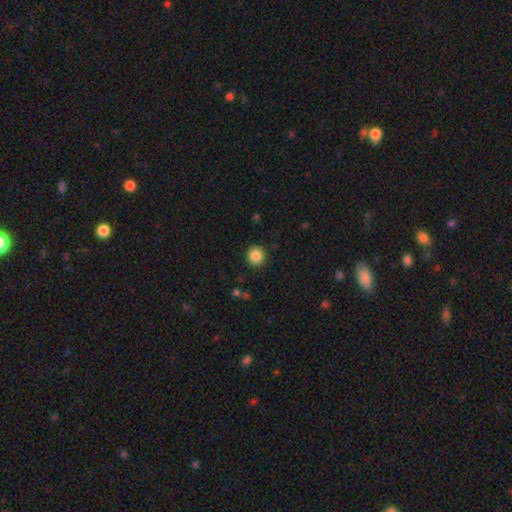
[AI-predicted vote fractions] This appears to be a smooth galaxy with no disk features (86%) that is round (94%). Merging: none (91%).